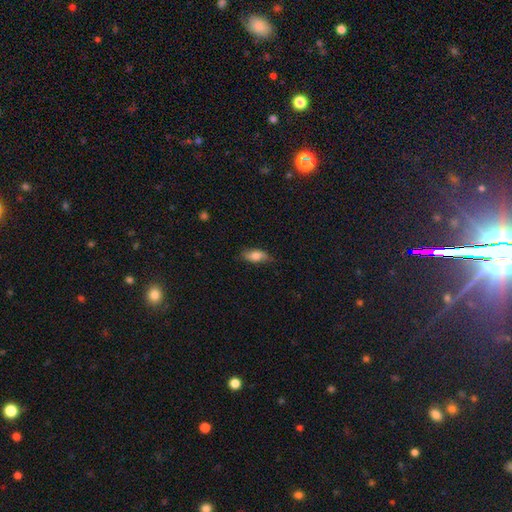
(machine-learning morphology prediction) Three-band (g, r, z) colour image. It shows a smooth galaxy with no disk features (78%) that is in between round and cigar-shaped (85%). Merging: none (76%).